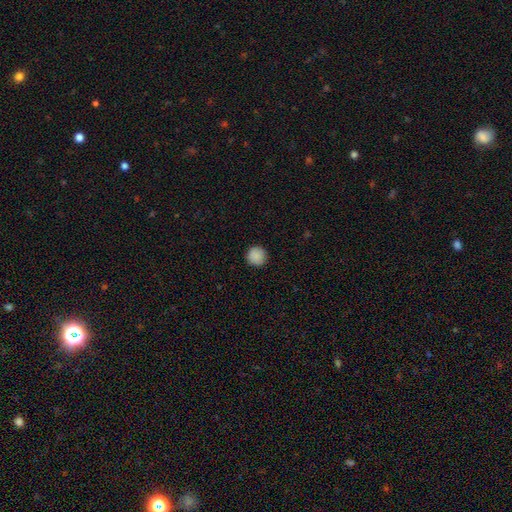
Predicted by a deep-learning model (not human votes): This appears to be a smooth galaxy with no disk features (89%) that is round (96%). Merging: none (92%).